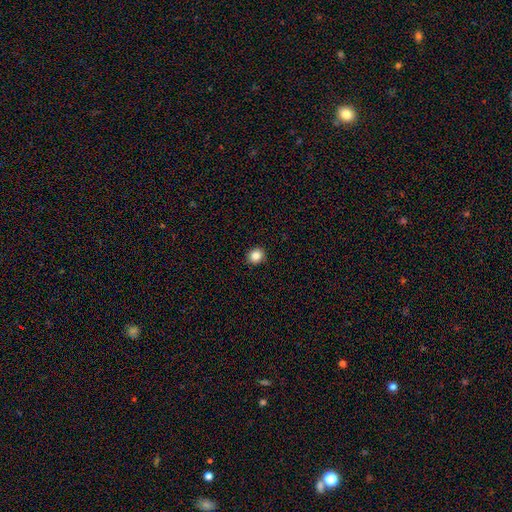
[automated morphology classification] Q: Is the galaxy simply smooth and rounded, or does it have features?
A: smooth — 85%.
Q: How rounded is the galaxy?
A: round — 81%.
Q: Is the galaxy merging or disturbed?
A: none — 92%.